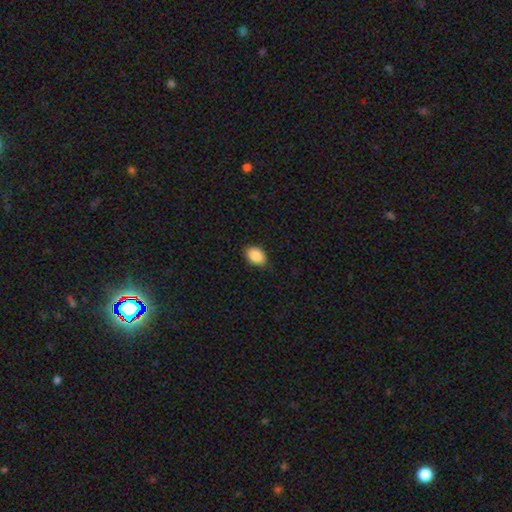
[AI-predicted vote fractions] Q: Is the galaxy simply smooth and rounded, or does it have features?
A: smooth — 90%.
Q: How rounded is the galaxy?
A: in between — 87%.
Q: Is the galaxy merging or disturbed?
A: none — 82%.